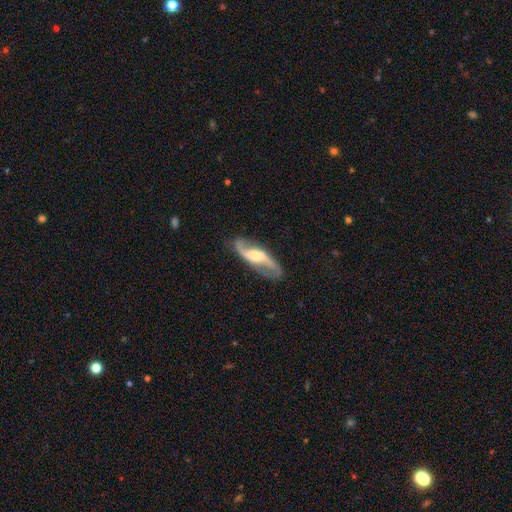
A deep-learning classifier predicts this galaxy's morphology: A featured or disk galaxy (86%) with a weak bar (41%), 2 (93%) loose (61%) spiral arms (96%) and a moderate central bulge (55%).

Vote fractions:
- Smooth or featured? featured or disk: 86% / smooth: 10% / star or artifact: 5%
- Edge-on disk? no: 90% / yes: 10%
- Bar? weak: 41% / no: 33% / strong: 26%
- Spiral arms? yes: 96% / no: 4%
- Spiral winding? loose: 61% / medium: 31% / tight: 8%
- Spiral arm count? 2: 93% / can't tell: 3% / 1: 2% / 3: 1% / 4: 1% / more than 4: 1%
- Bulge size? moderate: 55% / small: 25% / large: 14% / none: 4% / dominant: 2%
- Merging? none: 82% / minor disturbance: 12% / major disturbance: 5% / merger: 1%